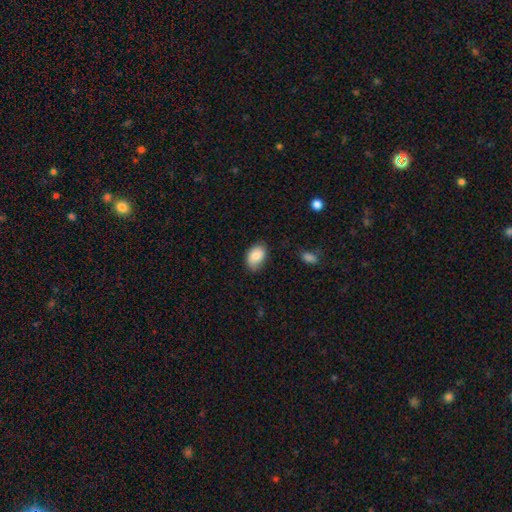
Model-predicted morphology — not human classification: Overall: smooth (83%). How rounded: in between (86%). Merging: none (73%).